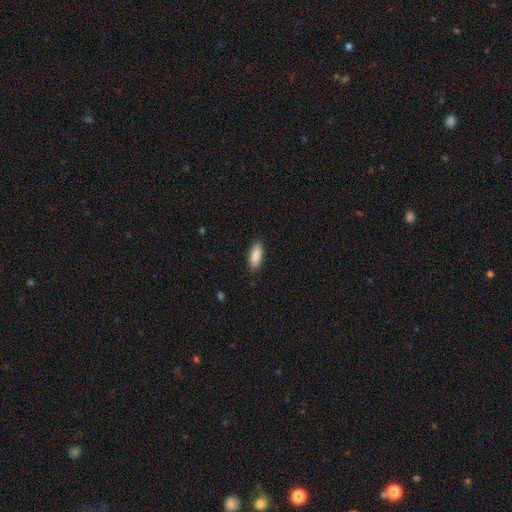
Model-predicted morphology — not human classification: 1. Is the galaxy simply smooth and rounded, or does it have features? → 88% smooth, 6% star or artifact, 6% featured or disk.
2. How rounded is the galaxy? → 75% in between, 23% cigar-shaped, 2% round.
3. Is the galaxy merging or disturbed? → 88% none, 9% minor disturbance, 2% major disturbance, 1% merger.